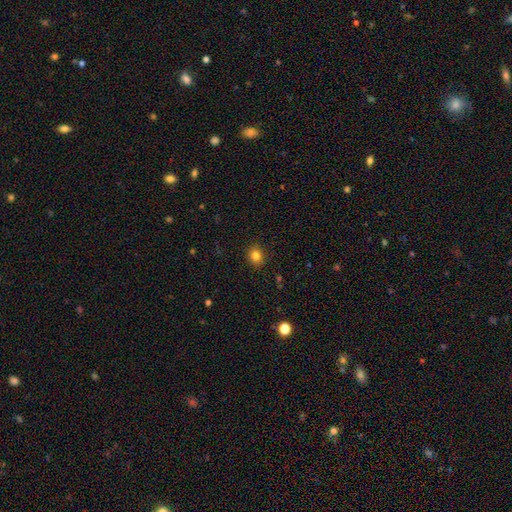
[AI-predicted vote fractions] smooth-or-featured: smooth: 82% | star or artifact: 12% | featured or disk: 6%
  how-rounded: round: 75% | in between: 24% | cigar-shaped: 1%
  merging: none: 90% | minor disturbance: 7% | major disturbance: 2% | merger: 1%